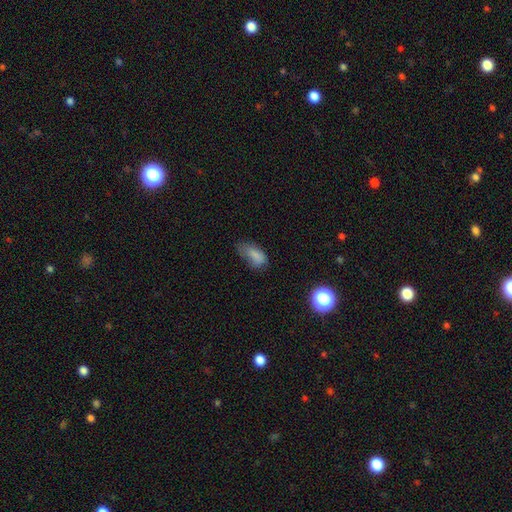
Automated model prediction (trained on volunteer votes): The model was most divided on "merging": minor disturbance: 38%, none: 37%, major disturbance: 22%, merger: 3%. More confident: how rounded — in between (89%); smooth or featured — smooth (79%).